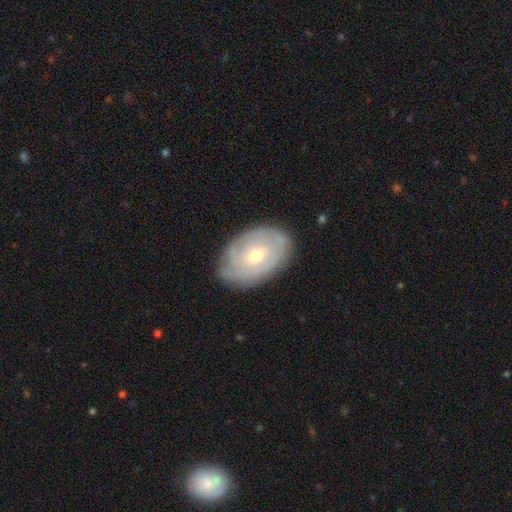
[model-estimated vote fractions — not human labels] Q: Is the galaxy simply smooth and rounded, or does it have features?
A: featured or disk — 68%.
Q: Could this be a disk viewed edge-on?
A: no — 94%.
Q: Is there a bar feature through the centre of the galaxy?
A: no — 65%.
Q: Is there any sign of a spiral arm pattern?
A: yes — 78%.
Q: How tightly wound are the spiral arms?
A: tight — 73%.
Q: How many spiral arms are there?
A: can't tell — 55%.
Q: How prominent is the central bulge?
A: moderate — 50%.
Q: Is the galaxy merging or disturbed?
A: none — 78%.